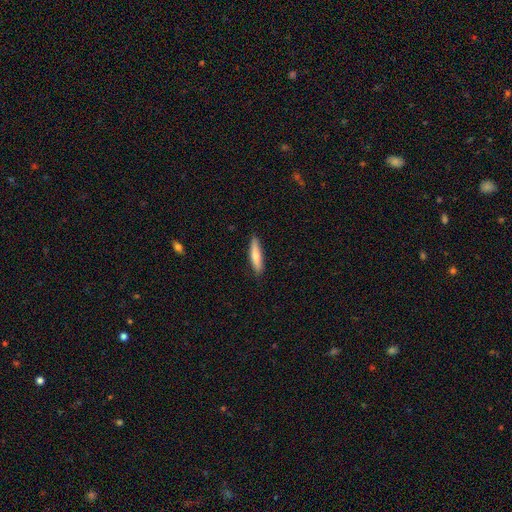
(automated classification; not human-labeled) Smooth or featured? smooth (75%)
How rounded? cigar-shaped (81%)
Merging? none (86%)